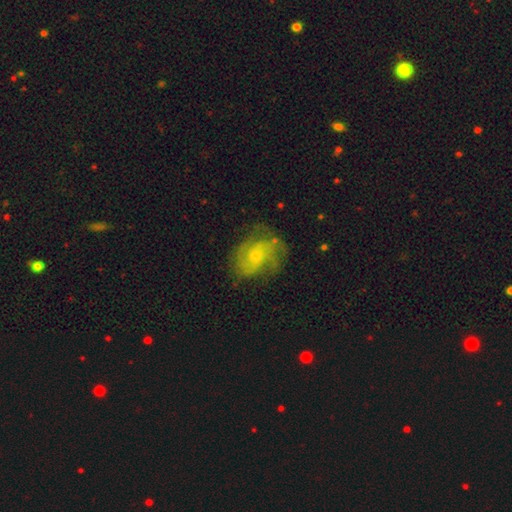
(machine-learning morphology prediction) type=featured or disk (74%); edge-on=no (98%); bar=no (69%); spiral arms=yes (89%); winding=medium (47%); arm count=2 (36%); bulge=small (64%); merging=none (61%).